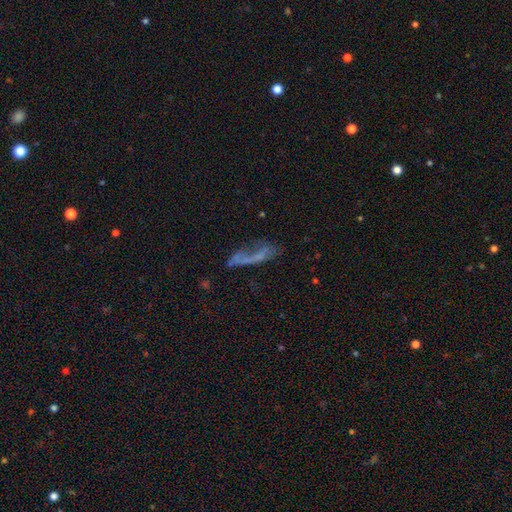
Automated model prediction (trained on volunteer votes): smooth-or-featured: featured or disk: 45% | smooth: 37% | star or artifact: 19%
  merging: none: 44% | major disturbance: 25% | minor disturbance: 20% | merger: 11%